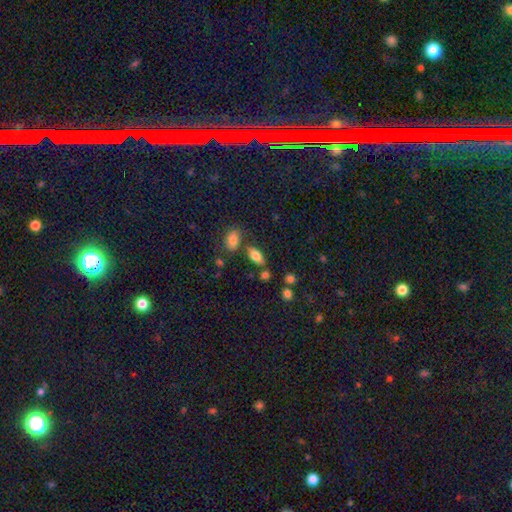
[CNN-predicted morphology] Smooth or featured? Predicted: smooth (p=0.78). How rounded? Predicted: in between (p=0.86). Merging? Predicted: none (p=0.71).